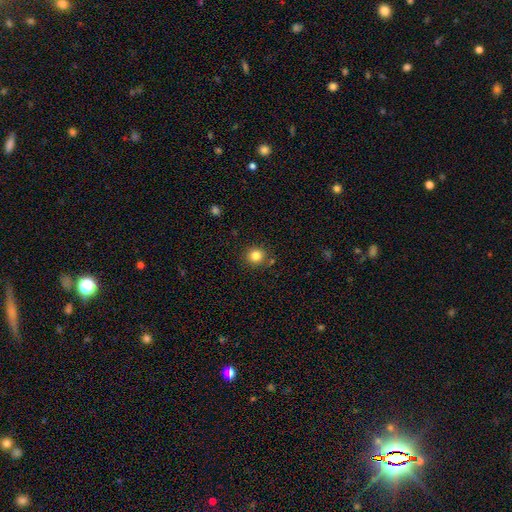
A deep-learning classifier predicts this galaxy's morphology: type=smooth (82%); roundness=round (90%); merging=none (84%).